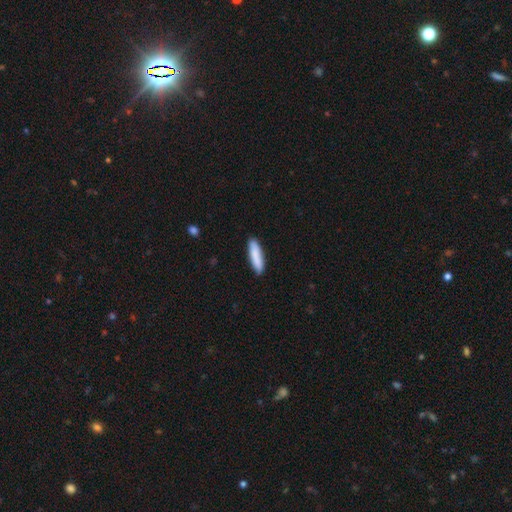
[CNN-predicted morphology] This appears to be a smooth galaxy with no disk features (84%) that is cigar-shaped (71%). Merging: none (87%).